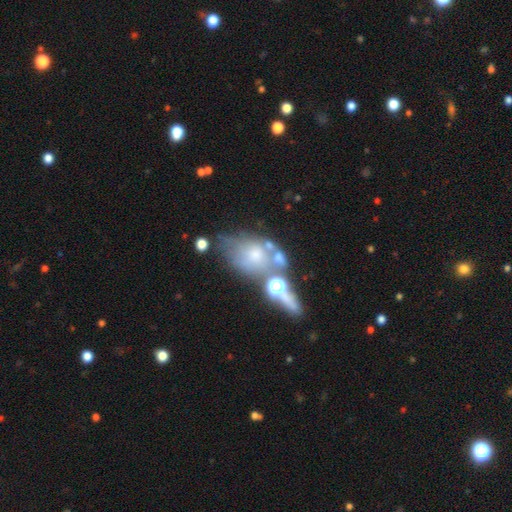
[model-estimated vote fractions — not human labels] This appears to be a smooth galaxy with no disk features (44%). Merging: none (33%).